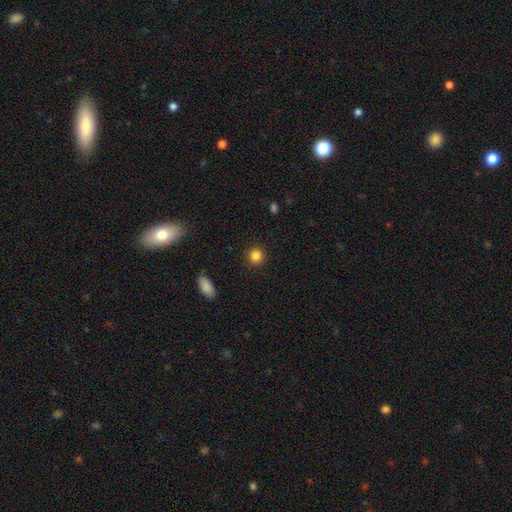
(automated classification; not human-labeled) This is clearly a smooth galaxy (85%). How rounded: clearly round (90%). Merging: clearly none (91%).